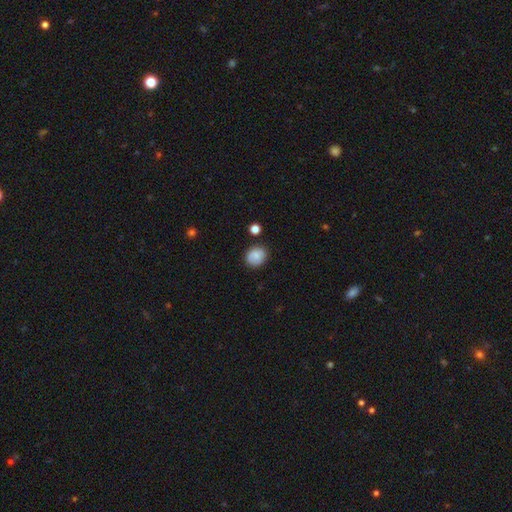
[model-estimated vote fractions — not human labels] smooth-or-featured: smooth: 80% | featured or disk: 10% | star or artifact: 9%
  how-rounded: round: 69% | in between: 30% | cigar-shaped: 1%
  merging: none: 79% | minor disturbance: 14% | major disturbance: 3% | merger: 3%